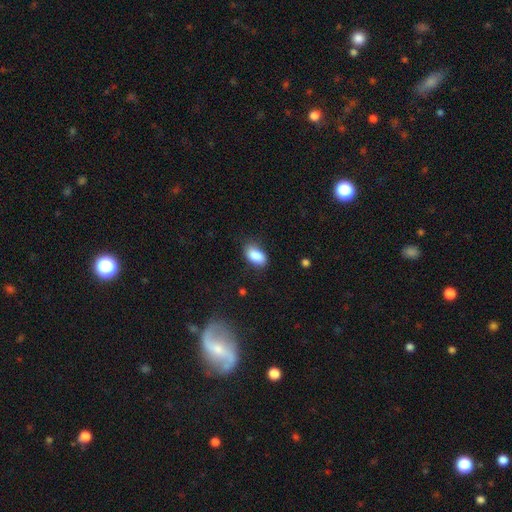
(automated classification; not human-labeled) Smooth or featured? smooth (88%)
How rounded? in between (92%)
Merging? none (73%)